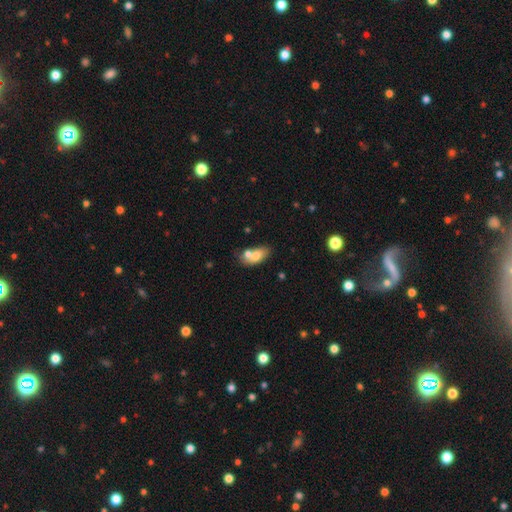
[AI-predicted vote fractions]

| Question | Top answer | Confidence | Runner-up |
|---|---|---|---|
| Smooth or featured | smooth | 70% | featured or disk (22%) |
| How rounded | in between | 86% | round (8%) |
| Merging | merger | 44% | none (38%) |